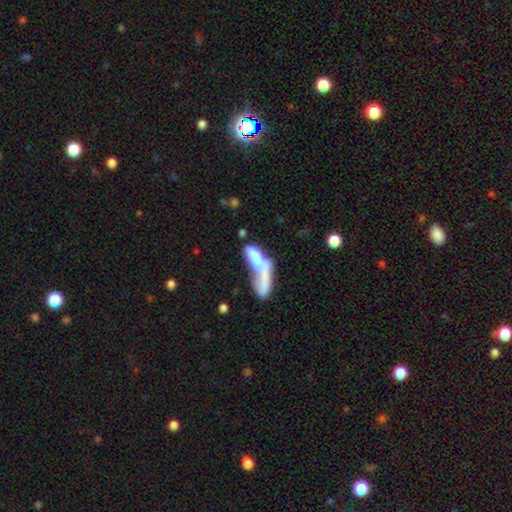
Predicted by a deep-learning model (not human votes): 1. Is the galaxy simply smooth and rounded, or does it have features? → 69% smooth, 23% featured or disk, 8% star or artifact.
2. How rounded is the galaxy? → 61% in between, 35% cigar-shaped, 4% round.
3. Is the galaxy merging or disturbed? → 71% merger, 13% major disturbance, 10% none, 6% minor disturbance.